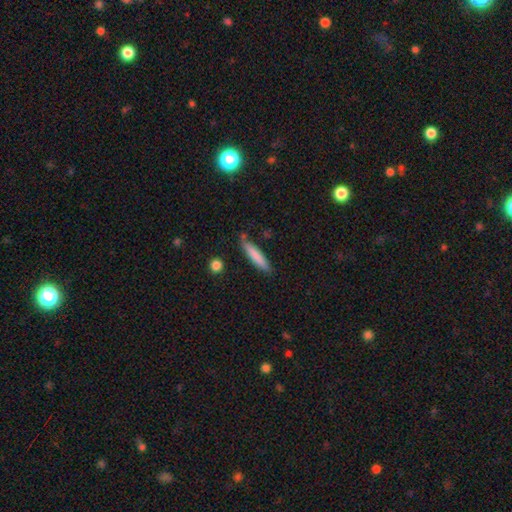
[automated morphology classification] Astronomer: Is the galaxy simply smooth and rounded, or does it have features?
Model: smooth — 79%.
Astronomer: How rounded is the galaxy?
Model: cigar-shaped — 88%.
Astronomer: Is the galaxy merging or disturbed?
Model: none — 79%.